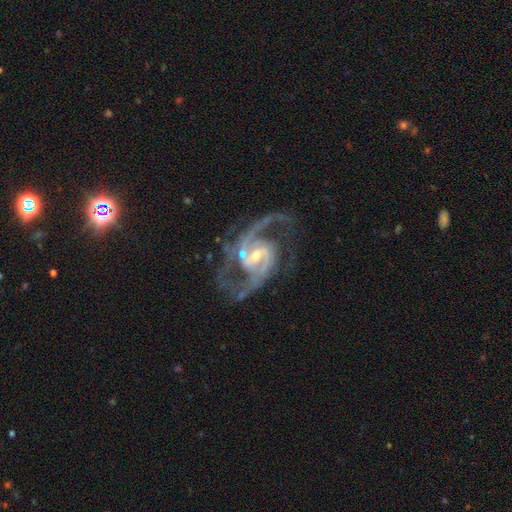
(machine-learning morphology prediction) type=featured or disk (92%); edge-on=no (98%); bar=weak (51%); spiral arms=yes (98%); winding=medium (61%); arm count=2 (81%); bulge=small (52%); merging=none (61%).